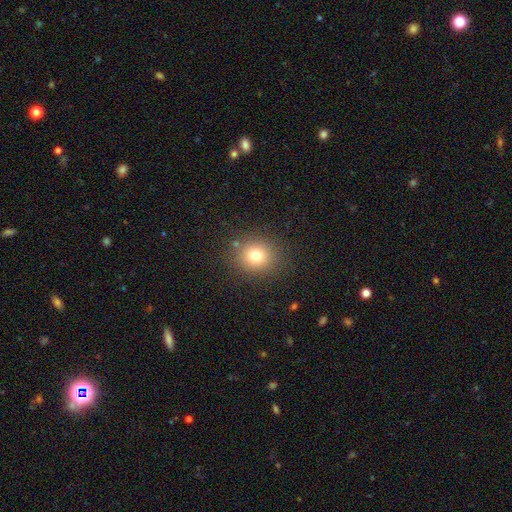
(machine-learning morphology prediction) This is likely a smooth galaxy (75%). How rounded: clearly round (84%). Merging: clearly none (86%).